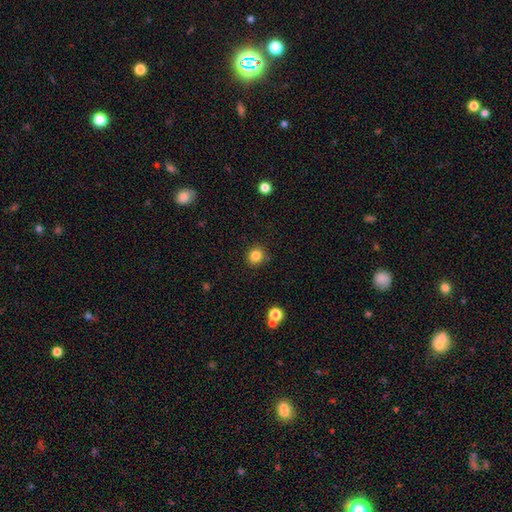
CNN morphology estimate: Smooth or featured? smooth (84%)
How rounded? round (89%)
Merging? none (89%)